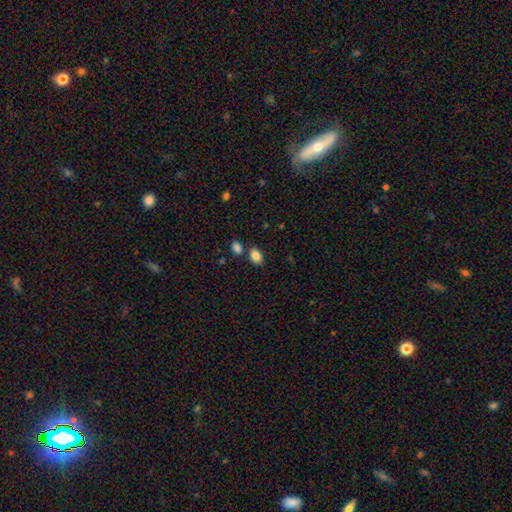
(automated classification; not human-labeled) Smooth or featured: smooth — 86% (star or artifact — 9%)
How rounded: in between — 76% (round — 23%)
Merging: none — 69% (merger — 16%)